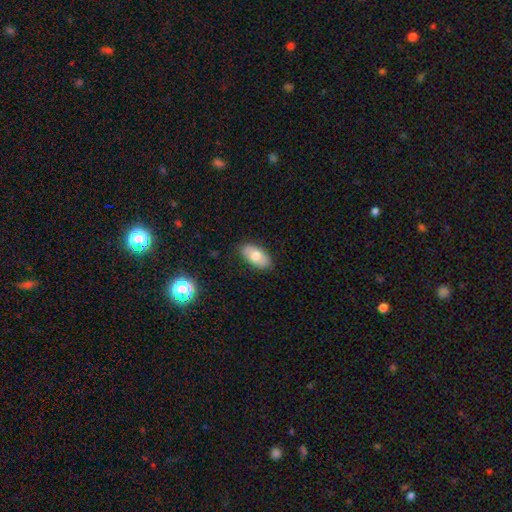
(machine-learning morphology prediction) smooth_or_featured: smooth (p=0.71) [alt: featured or disk p=0.22]
how_rounded: in between (p=0.93) [alt: round p=0.04]
merging: none (p=0.83) [alt: minor disturbance p=0.13]